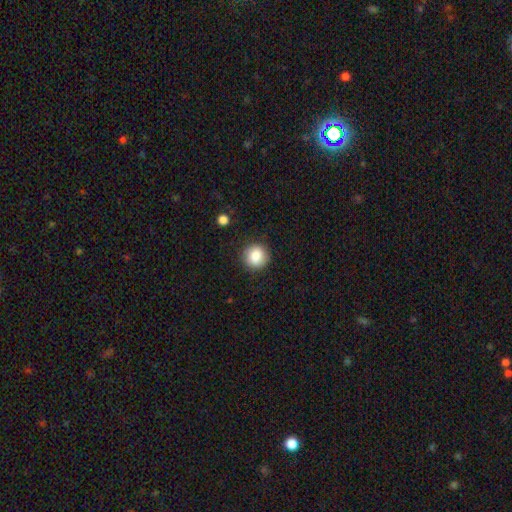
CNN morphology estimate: Smooth or featured: smooth — 86% (star or artifact — 9%)
How rounded: round — 90% (in between — 9%)
Merging: none — 88% (minor disturbance — 8%)